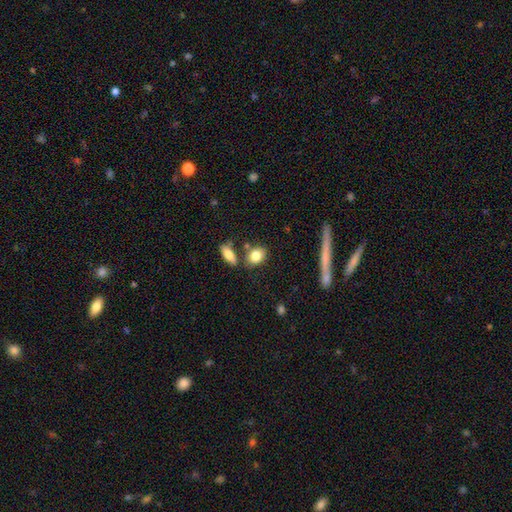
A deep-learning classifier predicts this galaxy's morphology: Overall: smooth (81%). How rounded: in between (70%). Merging: none (69%).